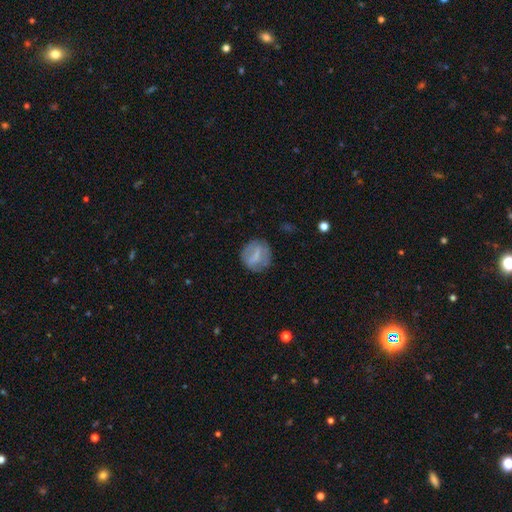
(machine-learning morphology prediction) smooth 56%, featured or disk 35%, star or artifact 9%. Down the decision tree: how rounded — round (79%); merging — none (74%).